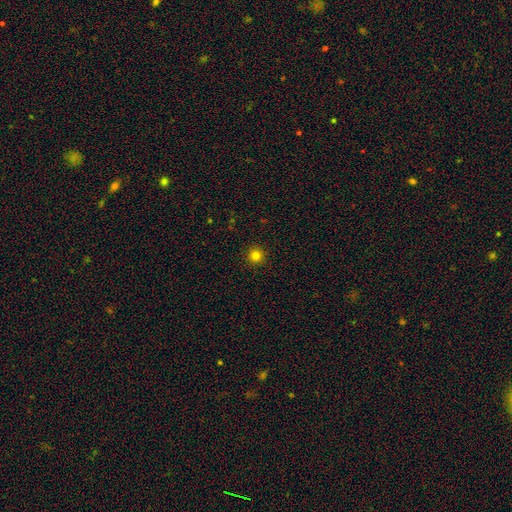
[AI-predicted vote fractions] The model was most divided on "smooth or featured": smooth: 81%, star or artifact: 14%, featured or disk: 5%. More confident: how rounded — round (96%); merging — none (93%).